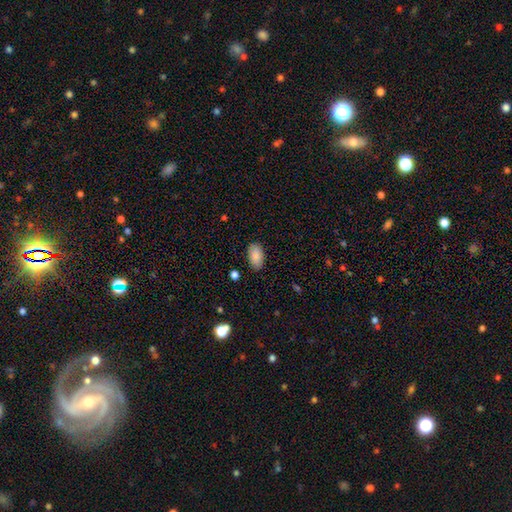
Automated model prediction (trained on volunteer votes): A smooth galaxy with no disk features (87%) that is in between round and cigar-shaped (94%).

Vote fractions:
- Smooth or featured? smooth: 87% / star or artifact: 7% / featured or disk: 6%
- How rounded? in between: 94% / round: 4% / cigar-shaped: 2%
- Merging? none: 85% / minor disturbance: 11% / major disturbance: 2% / merger: 1%